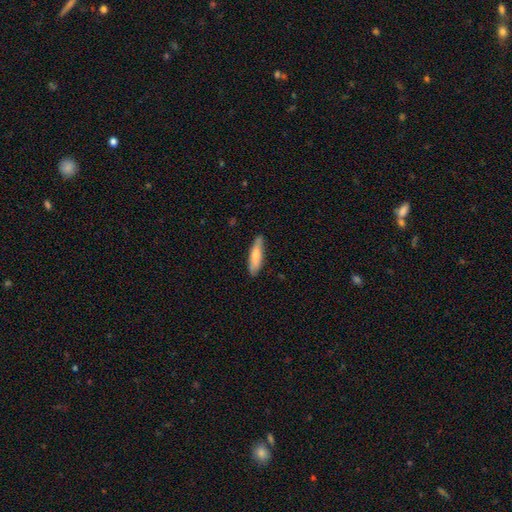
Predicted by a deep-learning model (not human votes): Morphology: type=smooth (70%); roundness=cigar-shaped (68%); merging=none (81%).